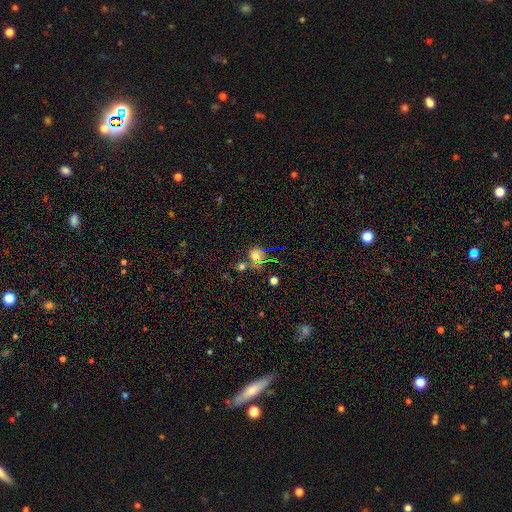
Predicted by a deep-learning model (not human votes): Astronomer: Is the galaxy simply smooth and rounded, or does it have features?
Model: smooth — 53% (runner-up: star or artifact, 34%).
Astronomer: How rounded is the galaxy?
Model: round — 69%.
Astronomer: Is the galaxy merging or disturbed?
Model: none — 54%.